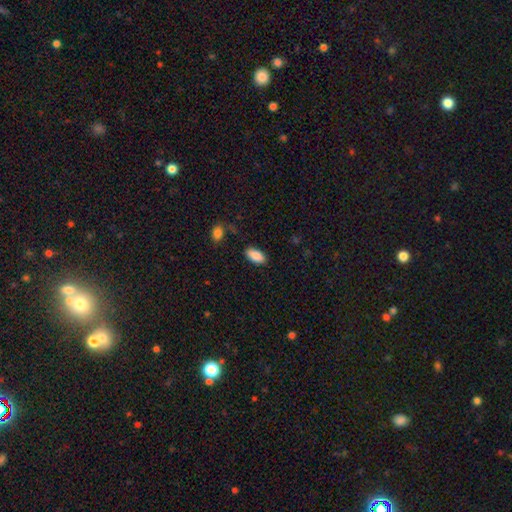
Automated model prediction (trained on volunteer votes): A smooth galaxy with no disk features (89%) that is in between round and cigar-shaped (92%). Merging: none (85%).